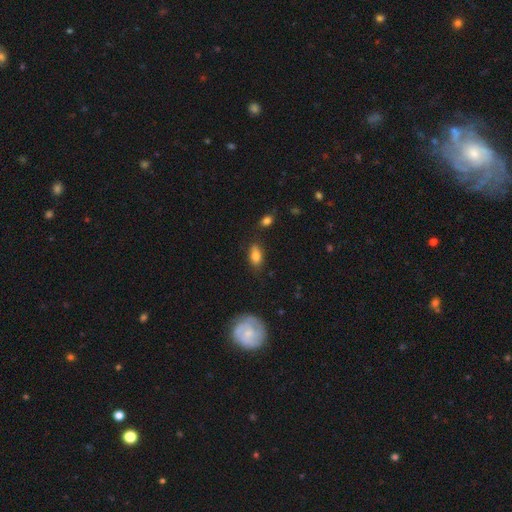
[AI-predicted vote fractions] The model was most divided on "merging": none: 77%, minor disturbance: 17%, major disturbance: 4%, merger: 3%. More confident: how rounded — in between (88%); smooth or featured — smooth (80%).